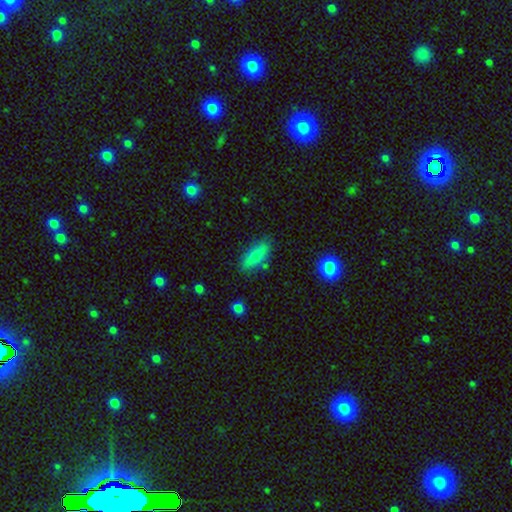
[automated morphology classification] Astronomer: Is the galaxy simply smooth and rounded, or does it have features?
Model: smooth — 80%.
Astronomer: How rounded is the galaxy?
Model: in between — 78%.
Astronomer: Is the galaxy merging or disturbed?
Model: none — 75%.